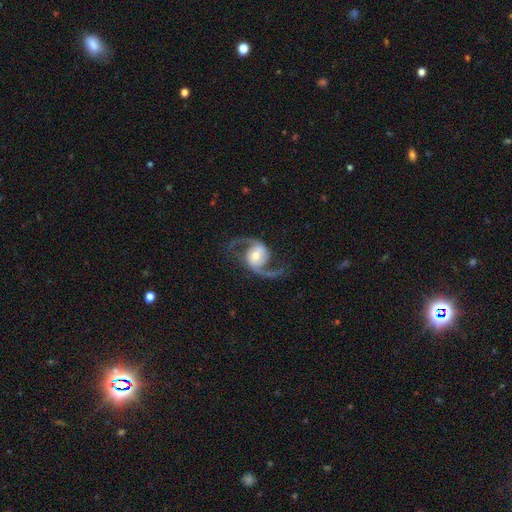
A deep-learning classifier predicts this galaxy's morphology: The model was most divided on "bar": no: 42%, weak: 36%, strong: 22%. More confident: edge-on disk — no (98%); spiral arms — yes (97%); spiral arm count — 2 (94%); smooth or featured — featured or disk (91%); merging — none (77%); spiral winding — loose (60%); bulge size — moderate (56%).